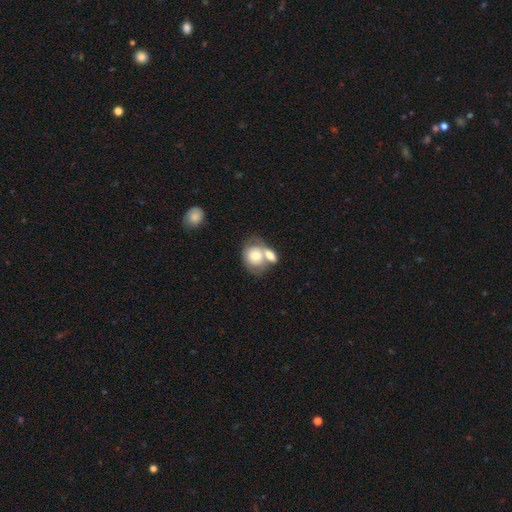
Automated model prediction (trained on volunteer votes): smooth-or-featured: smooth: 66% | featured or disk: 27% | star or artifact: 7%
  how-rounded: round: 56% | in between: 43% | cigar-shaped: 1%
  merging: merger: 57% | none: 27% | minor disturbance: 10% | major disturbance: 6%